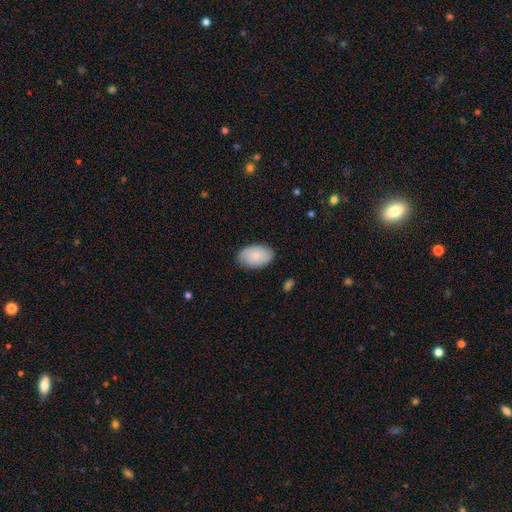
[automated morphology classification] This appears to be a smooth galaxy with no disk features (80%) that is in between round and cigar-shaped (92%). Merging: none (80%).